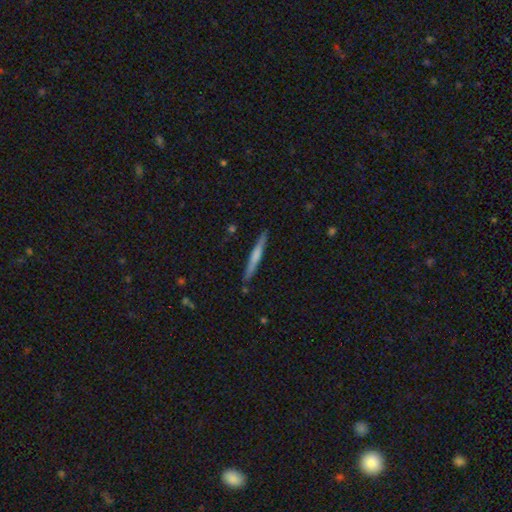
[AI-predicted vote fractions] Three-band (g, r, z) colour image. It shows a smooth galaxy with no disk features (48%). Merging: none (89%).